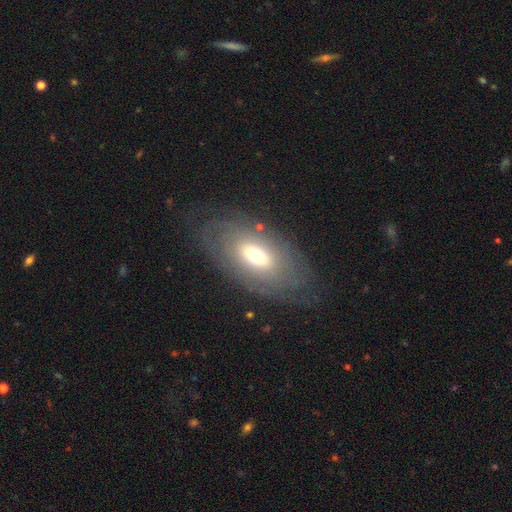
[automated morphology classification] smooth_or_featured: featured or disk (p=0.54) [alt: smooth p=0.38]
disk_edge_on: no (p=0.89) [alt: yes p=0.11]
merging: none (p=0.74) [alt: minor disturbance p=0.16]